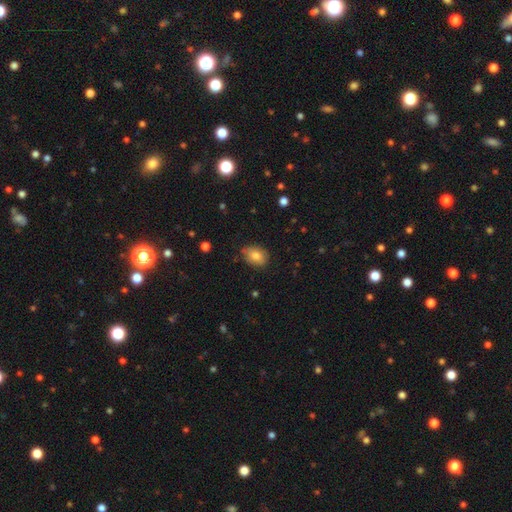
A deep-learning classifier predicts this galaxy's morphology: Smooth or featured: smooth — 81% (featured or disk — 11%)
How rounded: in between — 72% (round — 27%)
Merging: none — 77% (minor disturbance — 18%)